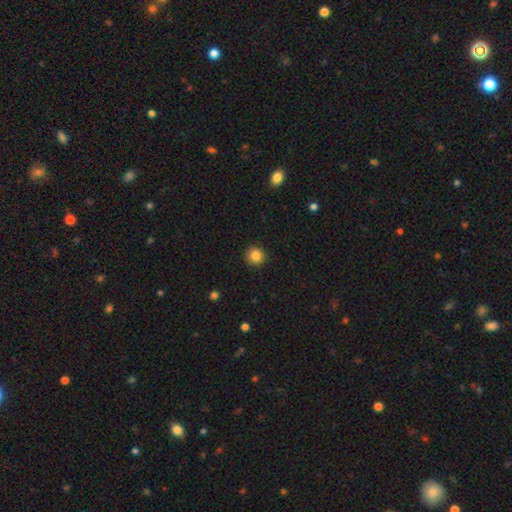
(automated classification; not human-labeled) This appears to be a smooth galaxy with no disk features (84%) that is round (95%). Merging: none (92%).